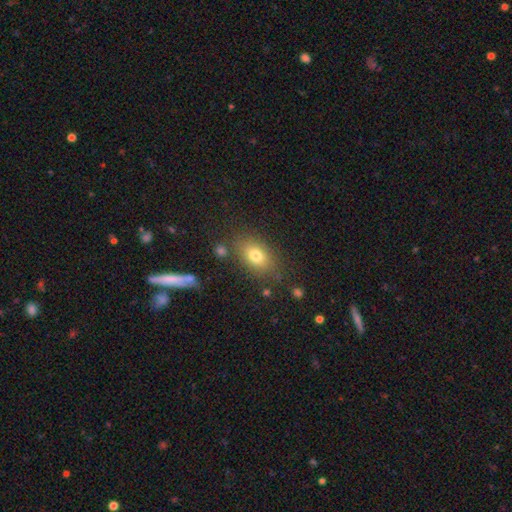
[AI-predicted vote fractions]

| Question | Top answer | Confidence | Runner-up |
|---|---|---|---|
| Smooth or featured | smooth | 77% | featured or disk (12%) |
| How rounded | in between | 80% | round (18%) |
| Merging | none | 78% | minor disturbance (13%) |